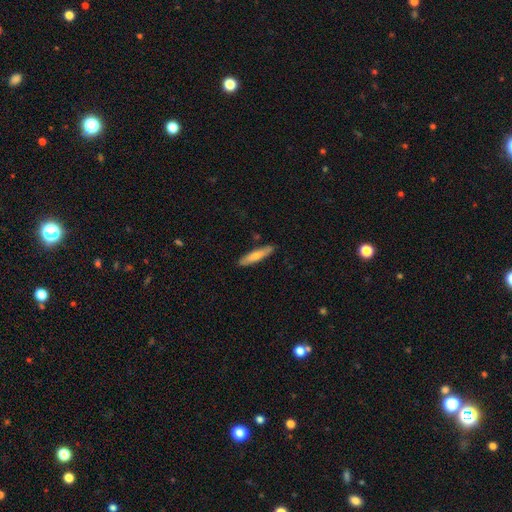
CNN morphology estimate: smooth 71%, featured or disk 24%, star or artifact 5%. Down the decision tree: how rounded — cigar-shaped (84%); merging — none (87%).